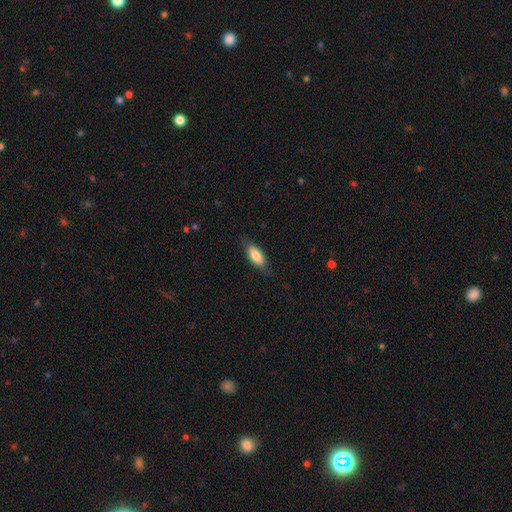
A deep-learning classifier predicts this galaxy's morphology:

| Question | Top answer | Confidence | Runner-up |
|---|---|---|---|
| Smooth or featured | smooth | 78% | featured or disk (15%) |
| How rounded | in between | 80% | cigar-shaped (17%) |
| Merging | none | 78% | minor disturbance (17%) |